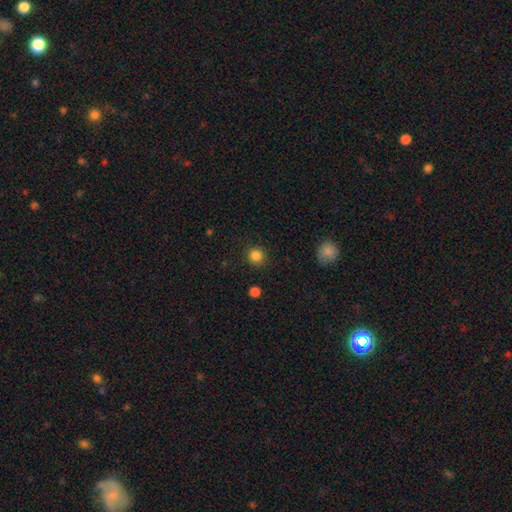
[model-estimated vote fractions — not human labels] A smooth galaxy with no disk features (85%) that is round (93%). Merging: none (90%).